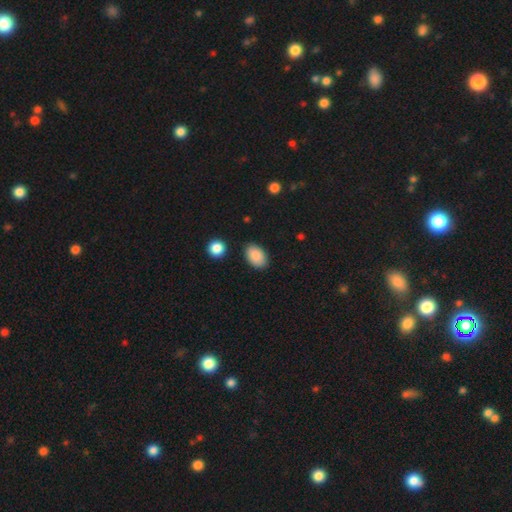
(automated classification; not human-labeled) A smooth galaxy with no disk features (89%) that is in between round and cigar-shaped (89%). Merging: none (86%).